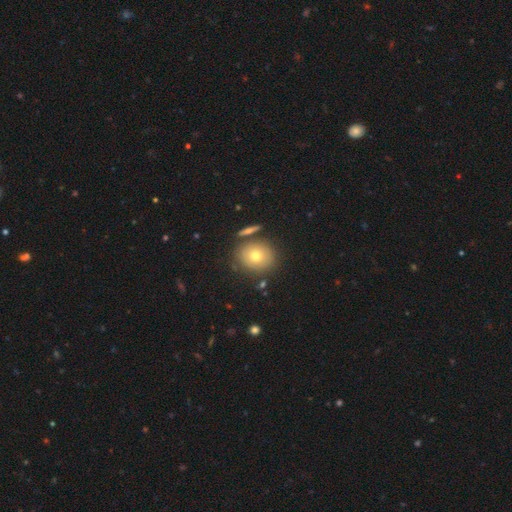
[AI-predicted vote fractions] Smooth or featured? Predicted: smooth (p=0.72). How rounded? Predicted: round (p=0.74). Merging? Predicted: none (p=0.80).